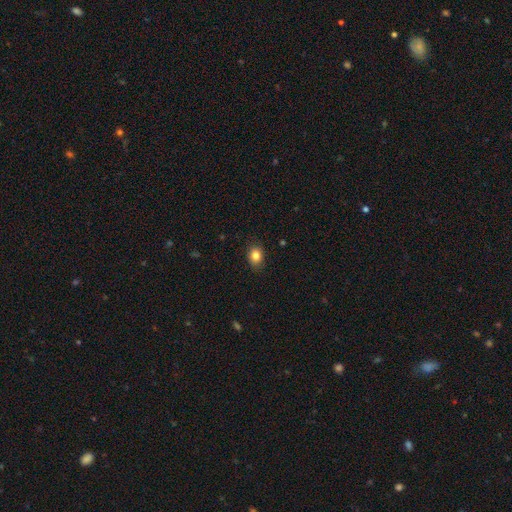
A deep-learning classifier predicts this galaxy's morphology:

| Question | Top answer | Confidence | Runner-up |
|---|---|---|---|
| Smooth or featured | smooth | 84% | star or artifact (10%) |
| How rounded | in between | 56% | round (43%) |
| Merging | none | 86% | minor disturbance (11%) |